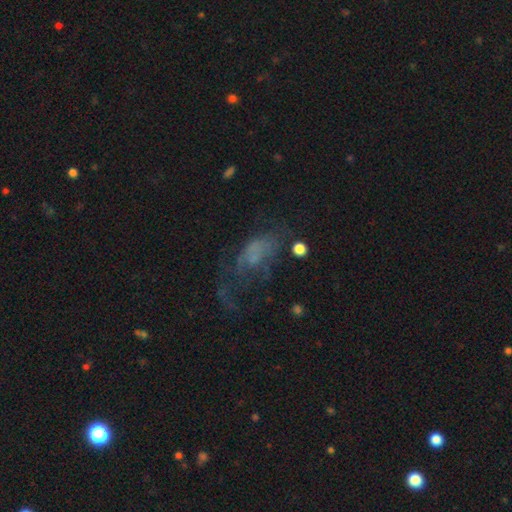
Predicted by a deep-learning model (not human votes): smooth_or_featured: featured or disk (p=0.40) [alt: smooth p=0.37]
merging: major disturbance (p=0.49) [alt: none p=0.28]